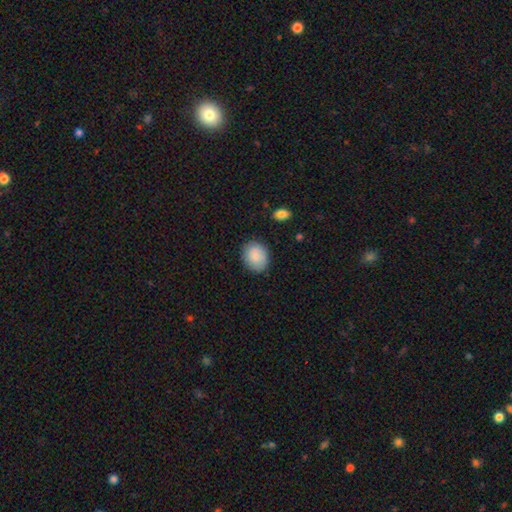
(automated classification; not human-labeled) This appears to be a smooth galaxy with no disk features (88%) that is round (53%). Merging: none (84%).